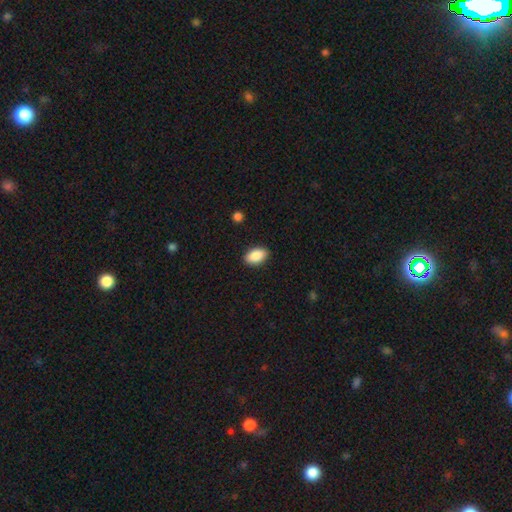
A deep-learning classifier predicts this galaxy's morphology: Smooth or featured: smooth — 89% (star or artifact — 7%)
How rounded: in between — 92% (round — 6%)
Merging: none — 90% (minor disturbance — 7%)